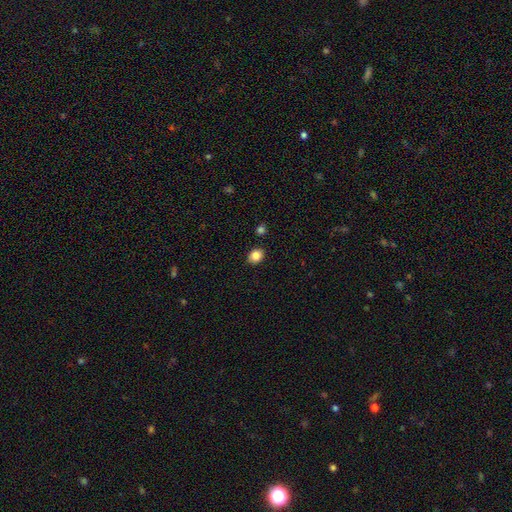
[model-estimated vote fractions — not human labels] A smooth galaxy with no disk features (84%) that is in between round and cigar-shaped (51%).

Vote fractions:
- Smooth or featured? smooth: 84% / star or artifact: 10% / featured or disk: 6%
- How rounded? in between: 51% / round: 48% / cigar-shaped: 1%
- Merging? none: 88% / minor disturbance: 8% / merger: 2% / major disturbance: 2%